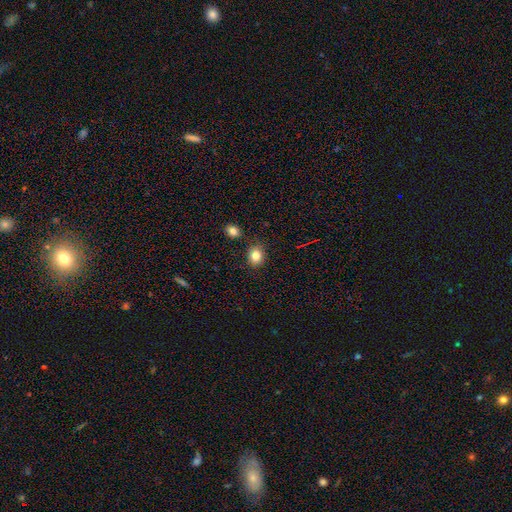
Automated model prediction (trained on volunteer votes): Smooth or featured? Predicted: smooth (p=0.82). How rounded? Predicted: round (p=0.50). Merging? Predicted: none (p=0.83).